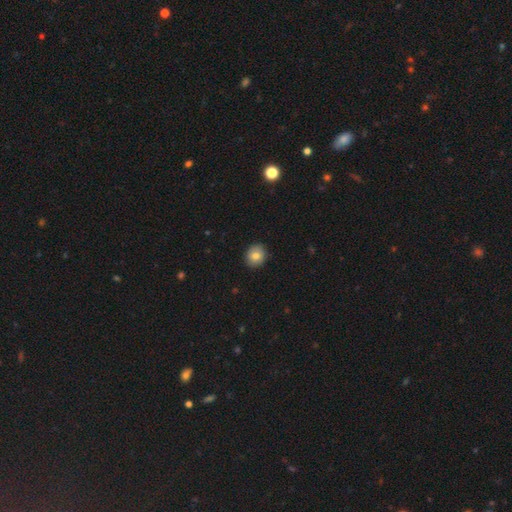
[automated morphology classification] The model was most divided on "how rounded": round: 79%, in between: 20%, cigar-shaped: 1%. More confident: merging — none (90%); smooth or featured — smooth (80%).